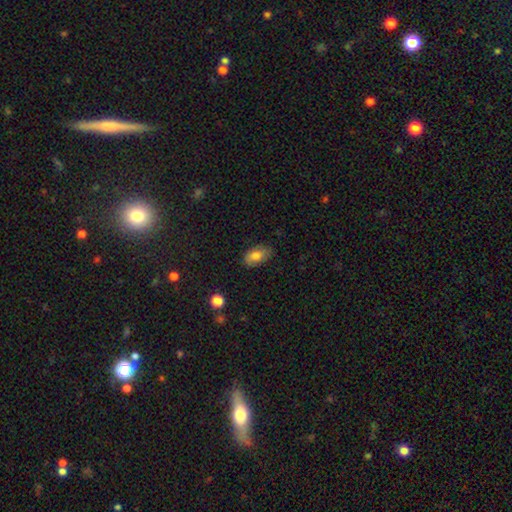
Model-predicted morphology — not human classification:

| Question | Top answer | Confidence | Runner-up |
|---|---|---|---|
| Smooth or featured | smooth | 77% | featured or disk (15%) |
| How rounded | in between | 92% | round (6%) |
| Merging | none | 80% | minor disturbance (16%) |